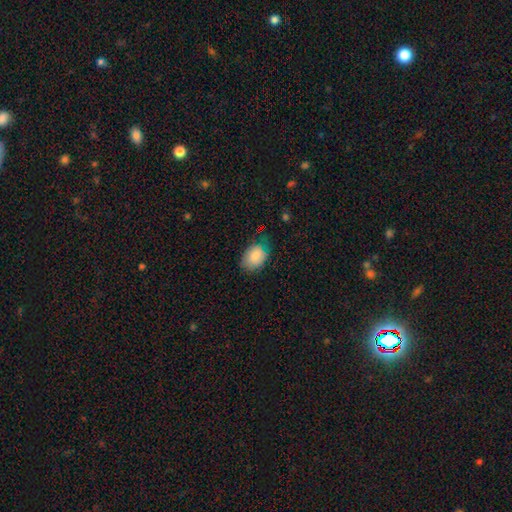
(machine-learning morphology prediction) Q: Smooth or featured?
A: smooth (85%); runner-up: featured or disk (7%)
Q: How rounded?
A: in between (77%); runner-up: round (22%)
Q: Merging?
A: none (62%); runner-up: minor disturbance (29%)